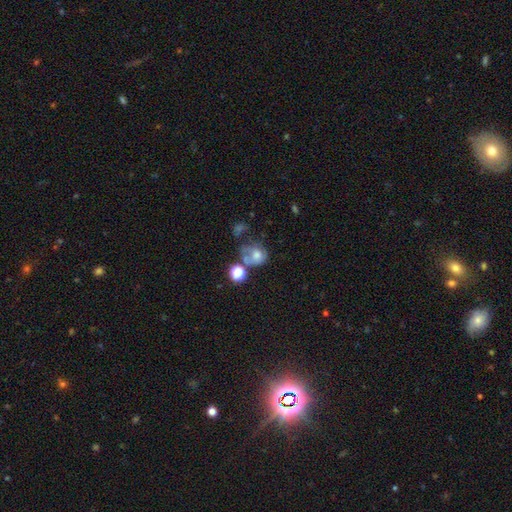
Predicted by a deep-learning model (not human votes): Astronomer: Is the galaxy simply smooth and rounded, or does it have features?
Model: smooth — 60%.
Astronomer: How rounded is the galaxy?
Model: round — 63%.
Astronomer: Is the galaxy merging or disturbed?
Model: merger — 28% (runner-up: none, 27%).